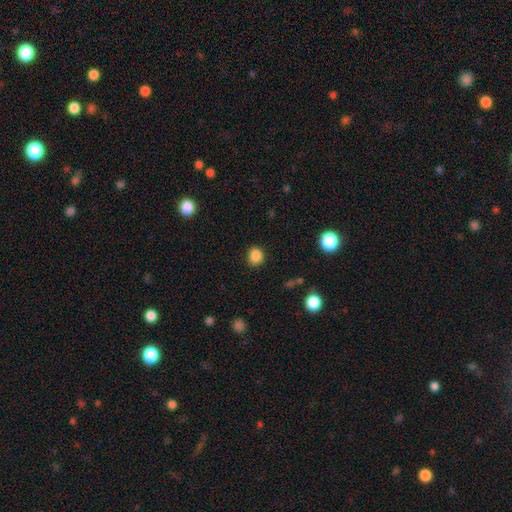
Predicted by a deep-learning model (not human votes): Smooth or featured? smooth (86%)
How rounded? round (71%)
Merging? none (85%)